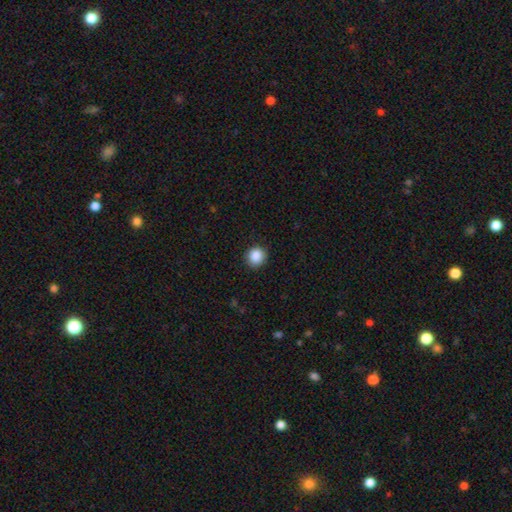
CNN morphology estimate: smooth-or-featured: smooth: 87% | star or artifact: 9% | featured or disk: 4%
  how-rounded: round: 88% | in between: 11% | cigar-shaped: 1%
  merging: none: 90% | minor disturbance: 7% | major disturbance: 2% | merger: 1%